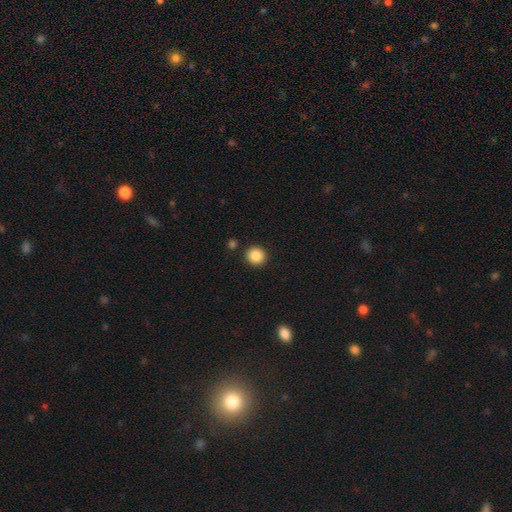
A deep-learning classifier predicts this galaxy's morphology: smooth_or_featured: smooth (p=0.87) [alt: star or artifact p=0.09]
how_rounded: round (p=0.89) [alt: in between p=0.10]
merging: none (p=0.89) [alt: minor disturbance p=0.06]